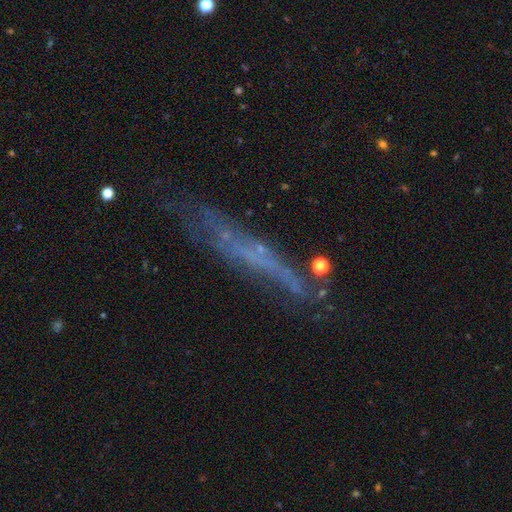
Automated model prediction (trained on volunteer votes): Smooth or featured?
  - featured or disk: 54% *
  - smooth: 29%
  - star or artifact: 16%
Edge-on disk?
  - yes: 66% *
  - no: 34%
Merging?
  - none: 59% *
  - minor disturbance: 22%
  - major disturbance: 14%
  - merger: 5%